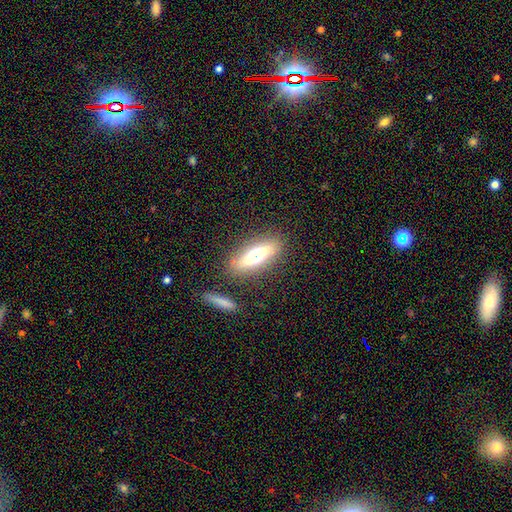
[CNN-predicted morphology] Smooth or featured: smooth — 47% (featured or disk — 42%)
Merging: none — 81% (minor disturbance — 10%)